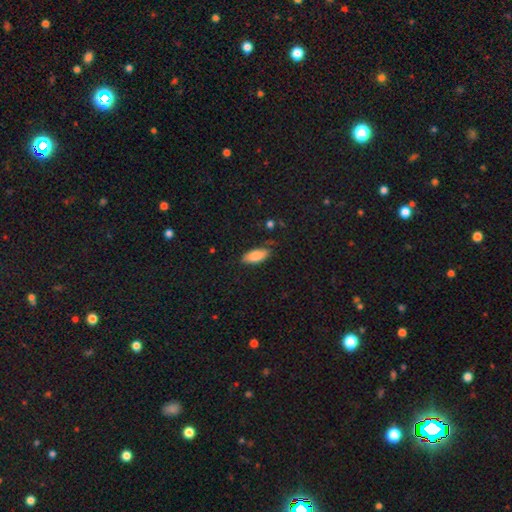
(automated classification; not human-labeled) Q: Smooth or featured?
A: smooth (82%); runner-up: featured or disk (11%)
Q: How rounded?
A: in between (84%); runner-up: cigar-shaped (14%)
Q: Merging?
A: none (75%); runner-up: minor disturbance (19%)